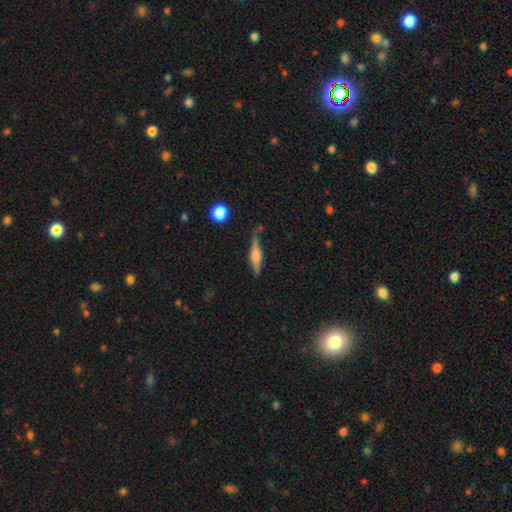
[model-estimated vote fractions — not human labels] featured or disk 63%, smooth 29%, star or artifact 7%. Down the decision tree: edge-on disk — yes (95%); edge-on bulge — rounded (78%); merging — none (71%).